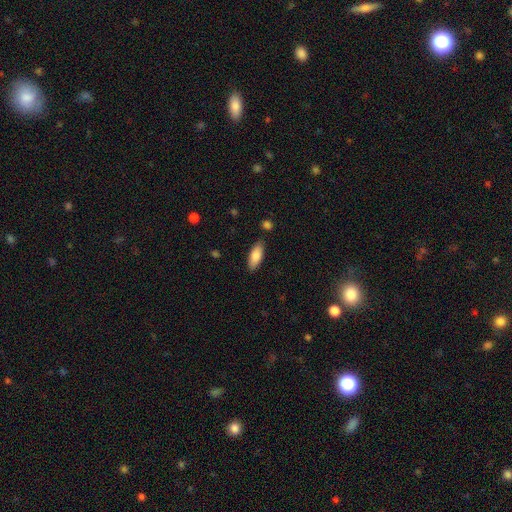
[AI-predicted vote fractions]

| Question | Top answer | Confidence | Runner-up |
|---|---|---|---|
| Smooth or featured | smooth | 84% | featured or disk (10%) |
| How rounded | in between | 78% | cigar-shaped (20%) |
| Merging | none | 83% | minor disturbance (12%) |